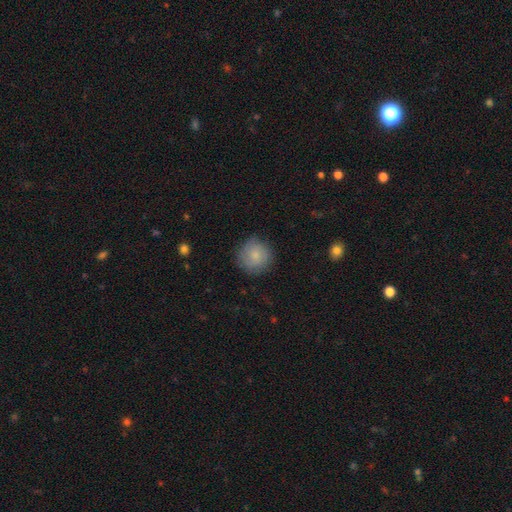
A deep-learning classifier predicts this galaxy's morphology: Q: Smooth or featured?
A: smooth (82%); runner-up: featured or disk (11%)
Q: How rounded?
A: round (93%); runner-up: in between (6%)
Q: Merging?
A: none (82%); runner-up: minor disturbance (14%)